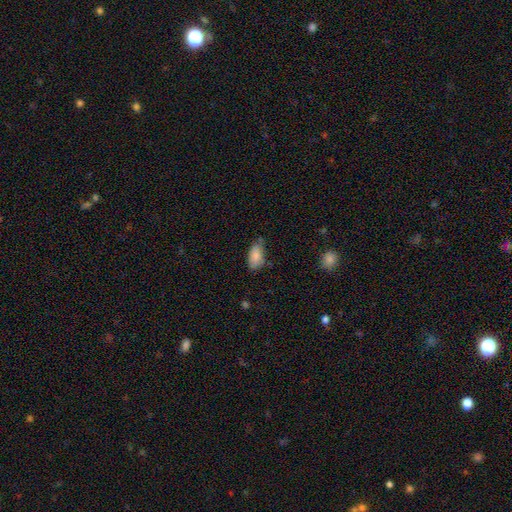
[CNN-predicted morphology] A smooth galaxy with no disk features (84%) that is in between round and cigar-shaped (92%). Merging: none (56%).